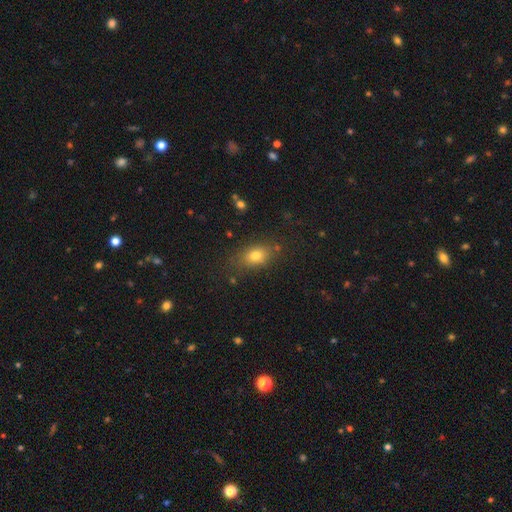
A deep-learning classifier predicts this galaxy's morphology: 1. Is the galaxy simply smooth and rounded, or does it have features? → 78% smooth, 11% star or artifact, 11% featured or disk.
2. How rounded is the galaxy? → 78% in between, 19% round, 3% cigar-shaped.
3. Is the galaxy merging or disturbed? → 77% none, 15% minor disturbance, 5% major disturbance, 3% merger.